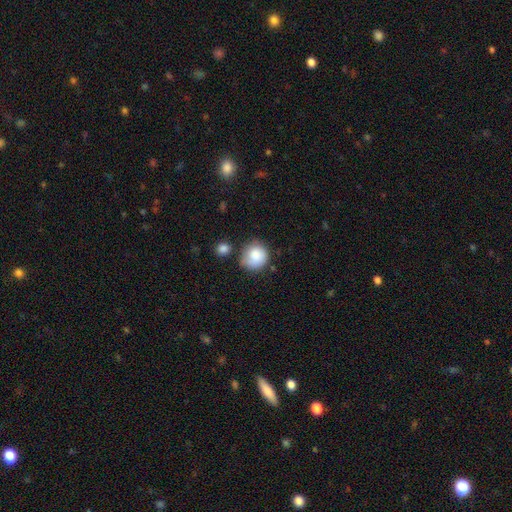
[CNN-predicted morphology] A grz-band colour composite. It shows a smooth galaxy with no disk features (83%) that is round (87%). Merging: none (62%).